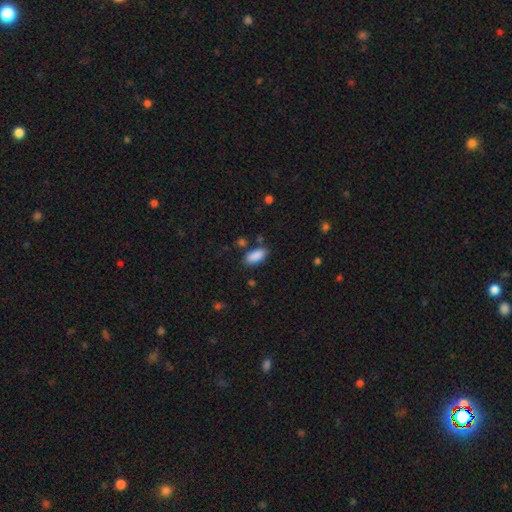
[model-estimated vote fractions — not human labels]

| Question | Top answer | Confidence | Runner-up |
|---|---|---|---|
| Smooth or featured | smooth | 89% | star or artifact (7%) |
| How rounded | in between | 90% | cigar-shaped (8%) |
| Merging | none | 82% | minor disturbance (12%) |